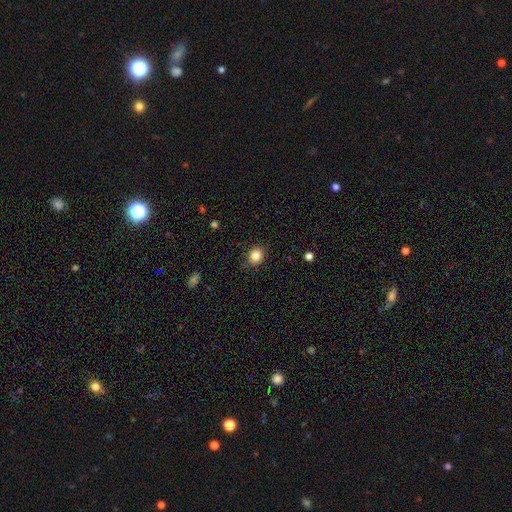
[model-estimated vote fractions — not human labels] Smooth or featured? smooth (84%)
How rounded? round (64%)
Merging? none (83%)